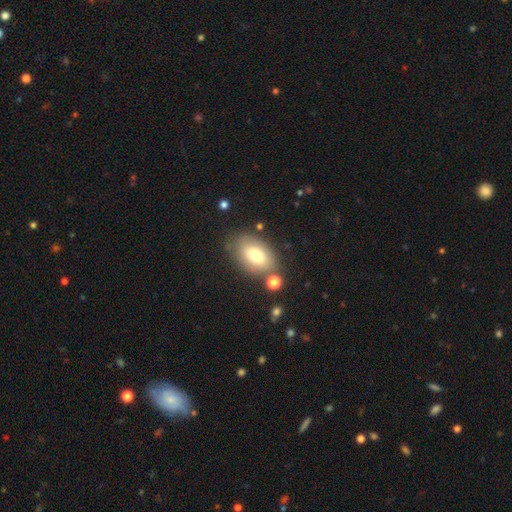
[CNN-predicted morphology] smooth 74%, featured or disk 17%, star or artifact 8%. Down the decision tree: how rounded — in between (89%); merging — none (72%).